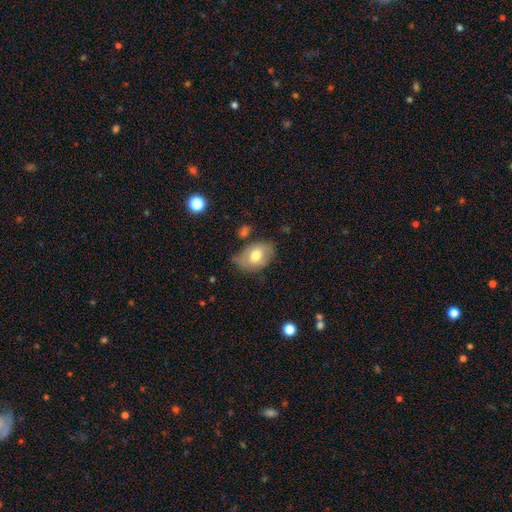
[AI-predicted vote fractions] A smooth galaxy with no disk features (66%) that is in between round and cigar-shaped (85%).

Vote fractions:
- Smooth or featured? smooth: 66% / featured or disk: 27% / star or artifact: 7%
- How rounded? in between: 85% / round: 14% / cigar-shaped: 1%
- Merging? none: 63% / minor disturbance: 26% / major disturbance: 7% / merger: 4%